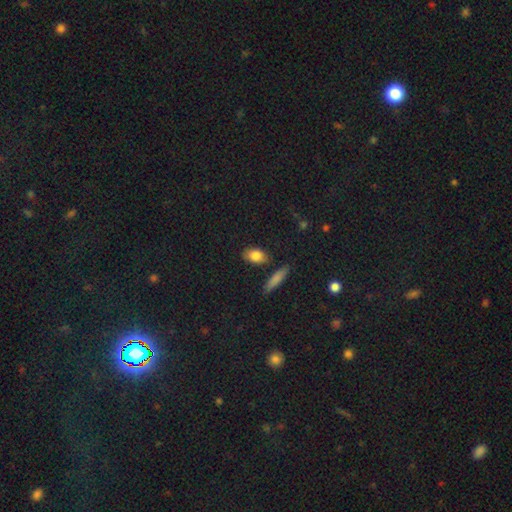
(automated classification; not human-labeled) Overall: smooth (83%). How rounded: in between (85%). Merging: none (79%).